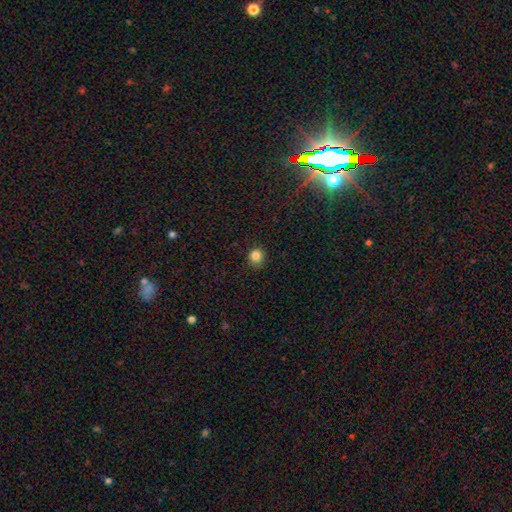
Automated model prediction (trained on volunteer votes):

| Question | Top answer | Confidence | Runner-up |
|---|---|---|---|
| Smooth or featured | smooth | 83% | star or artifact (12%) |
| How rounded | round | 86% | in between (13%) |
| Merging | none | 86% | minor disturbance (10%) |